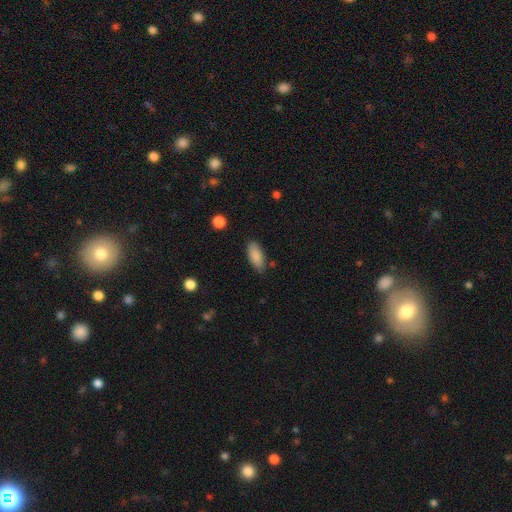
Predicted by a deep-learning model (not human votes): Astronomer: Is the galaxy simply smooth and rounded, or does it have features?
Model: smooth — 87%.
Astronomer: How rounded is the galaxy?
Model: in between — 85%.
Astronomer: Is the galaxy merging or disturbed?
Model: none — 79%.